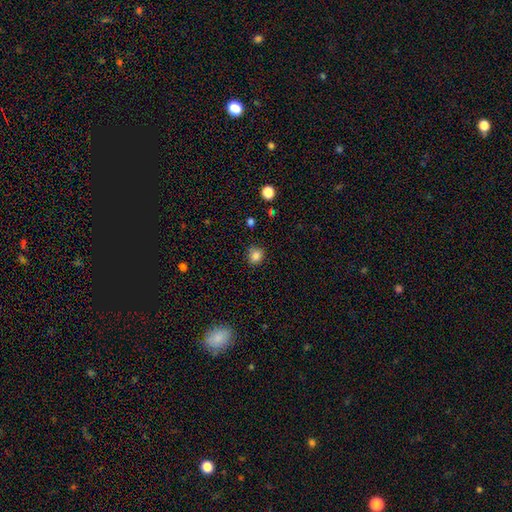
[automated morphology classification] Smooth or featured? Predicted: smooth (p=0.83). How rounded? Predicted: round (p=0.81). Merging? Predicted: none (p=0.82).